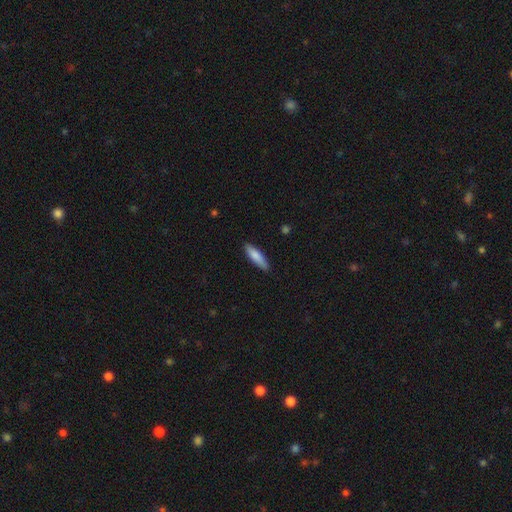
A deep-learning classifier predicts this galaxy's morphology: type=smooth (82%); roundness=cigar-shaped (67%); merging=none (85%).